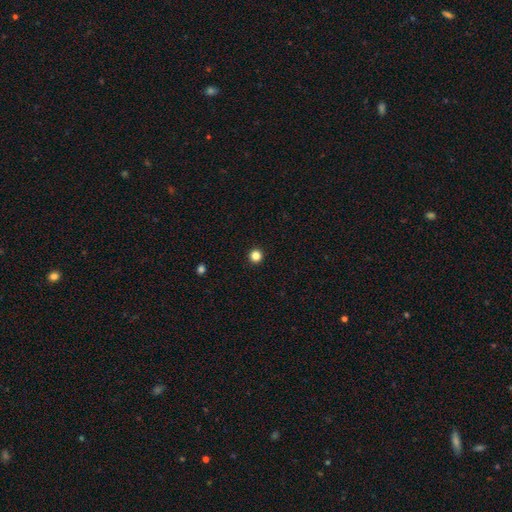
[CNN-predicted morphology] The model was most divided on "smooth or featured": smooth: 85%, star or artifact: 12%, featured or disk: 3%. More confident: how rounded — round (96%); merging — none (94%).